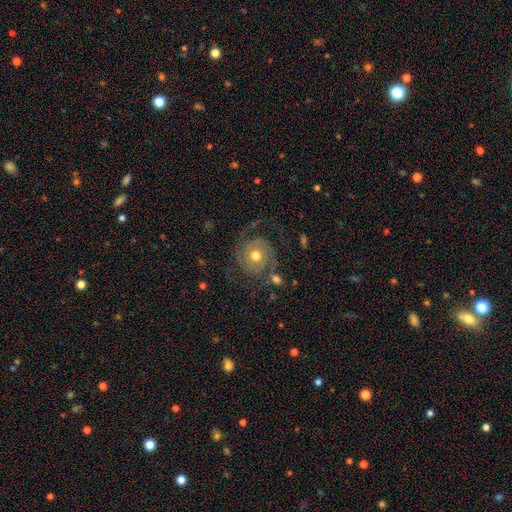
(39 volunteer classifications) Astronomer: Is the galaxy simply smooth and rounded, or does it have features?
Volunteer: featured or disk — 87%.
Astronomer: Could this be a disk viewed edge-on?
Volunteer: no — 100%.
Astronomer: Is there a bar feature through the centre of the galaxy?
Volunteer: no — 85%.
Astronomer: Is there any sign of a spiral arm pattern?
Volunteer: yes — 97%.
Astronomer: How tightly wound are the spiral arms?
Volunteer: medium — 52% (runner-up: loose, 27%).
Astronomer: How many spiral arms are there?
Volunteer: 2 — 97%.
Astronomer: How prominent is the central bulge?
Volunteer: moderate — 76%.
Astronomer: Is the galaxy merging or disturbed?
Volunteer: none — 80%.